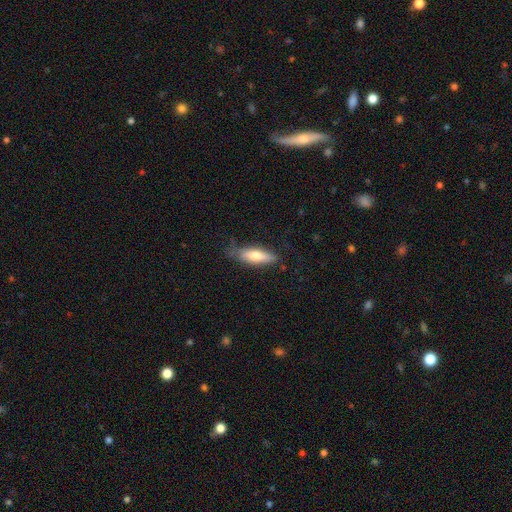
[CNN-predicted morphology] This is likely a smooth galaxy (68%). How rounded: possibly in between (50%). Merging: likely none (68%).